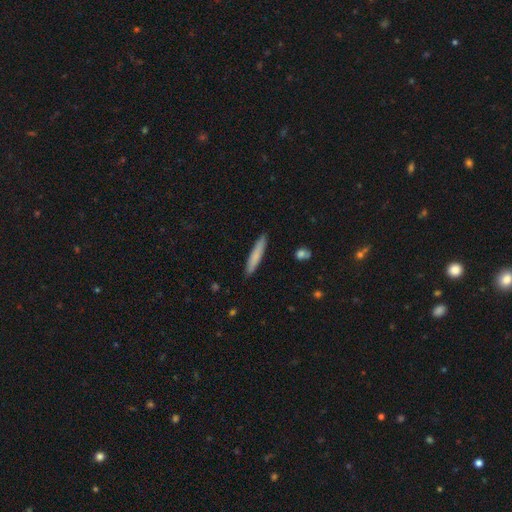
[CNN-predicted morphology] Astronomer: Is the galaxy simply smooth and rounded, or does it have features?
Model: smooth — 78%.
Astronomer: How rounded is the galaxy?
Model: cigar-shaped — 93%.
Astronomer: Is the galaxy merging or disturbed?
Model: none — 90%.